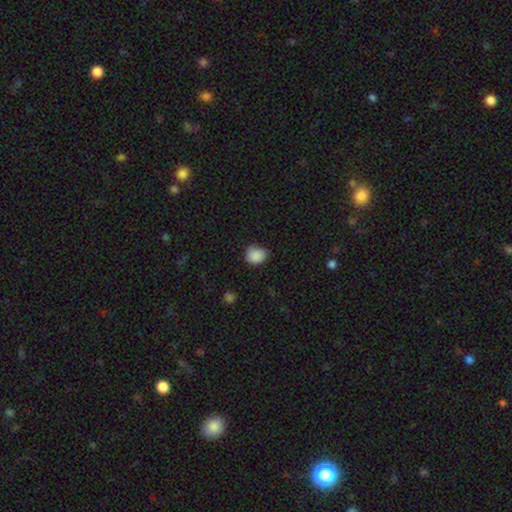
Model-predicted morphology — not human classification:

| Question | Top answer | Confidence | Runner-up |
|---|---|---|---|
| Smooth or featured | smooth | 87% | star or artifact (9%) |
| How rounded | round | 68% | in between (31%) |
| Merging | none | 64% | minor disturbance (29%) |